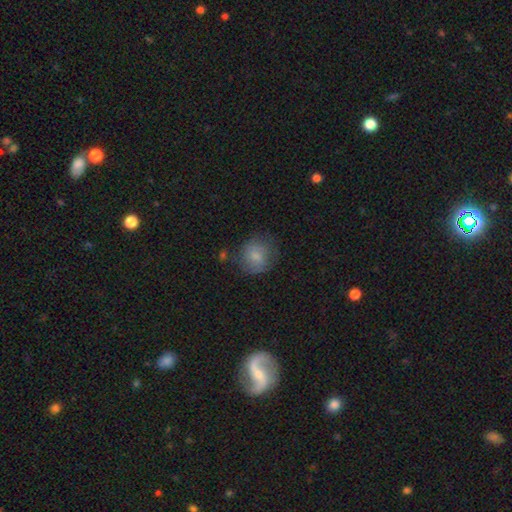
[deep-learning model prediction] This appears to be a smooth galaxy with no disk features (75%) that is round (81%). Merging: none (64%).